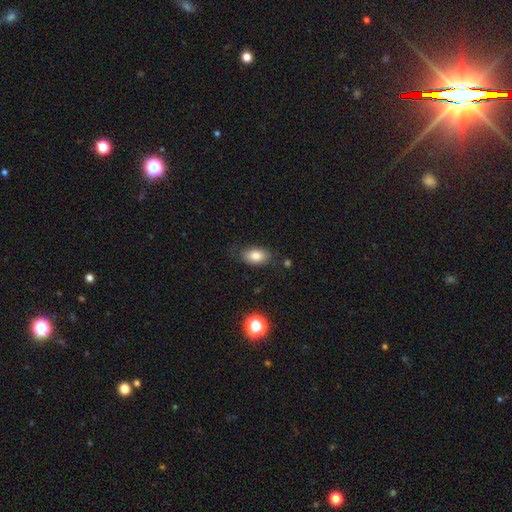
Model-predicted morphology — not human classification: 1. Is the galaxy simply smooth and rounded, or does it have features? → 83% smooth, 9% star or artifact, 9% featured or disk.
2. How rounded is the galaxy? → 90% in between, 7% round, 2% cigar-shaped.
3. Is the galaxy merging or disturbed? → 76% none, 17% minor disturbance, 5% major disturbance, 2% merger.